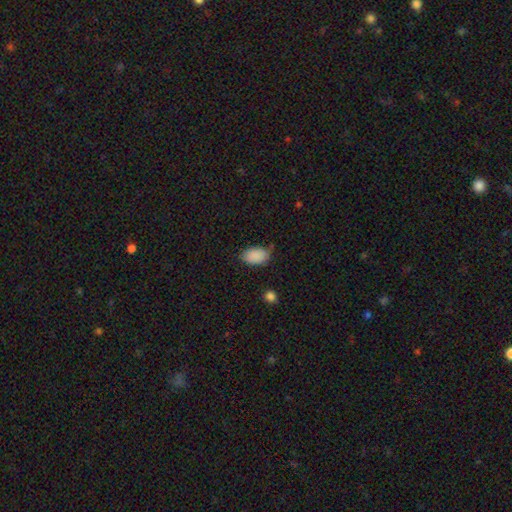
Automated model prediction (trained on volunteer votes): A smooth galaxy with no disk features (88%) that is in between round and cigar-shaped (91%).

Vote fractions:
- Smooth or featured? smooth: 88% / star or artifact: 8% / featured or disk: 4%
- How rounded? in between: 91% / round: 8% / cigar-shaped: 1%
- Merging? none: 71% / minor disturbance: 22% / major disturbance: 4% / merger: 2%